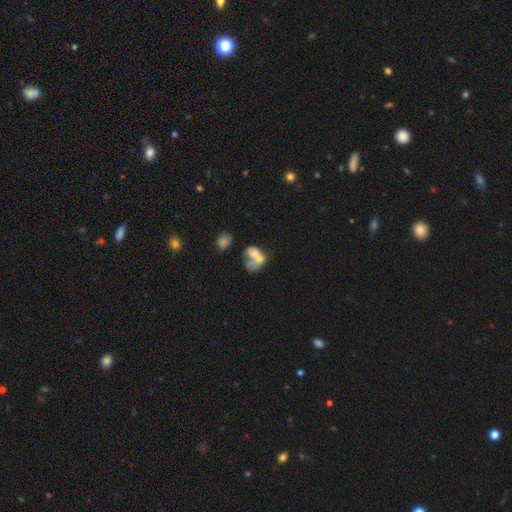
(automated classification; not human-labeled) Smooth or featured?
  - smooth: 54% *
  - featured or disk: 35%
  - star or artifact: 11%
How rounded?
  - in between: 69% *
  - round: 30%
  - cigar-shaped: 2%
Merging?
  - merger: 59% *
  - major disturbance: 17%
  - none: 16%
  - minor disturbance: 9%